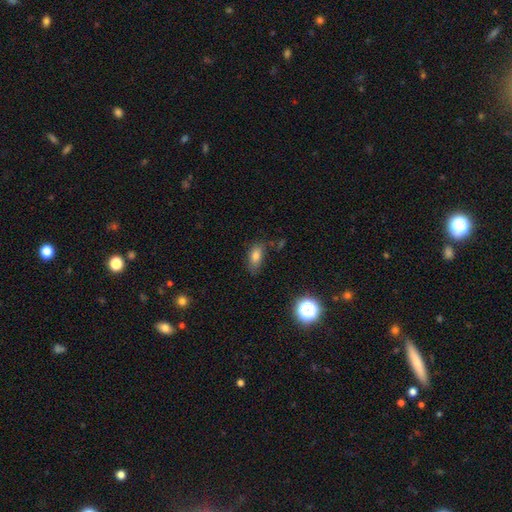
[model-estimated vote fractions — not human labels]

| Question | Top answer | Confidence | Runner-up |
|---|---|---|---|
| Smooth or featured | smooth | 78% | star or artifact (12%) |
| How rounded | in between | 85% | round (8%) |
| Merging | none | 67% | minor disturbance (23%) |